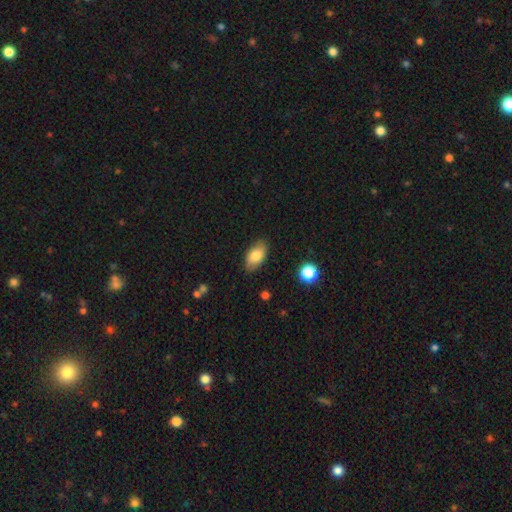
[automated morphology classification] This is likely a smooth galaxy (79%). How rounded: clearly in between (93%). Merging: clearly none (84%).